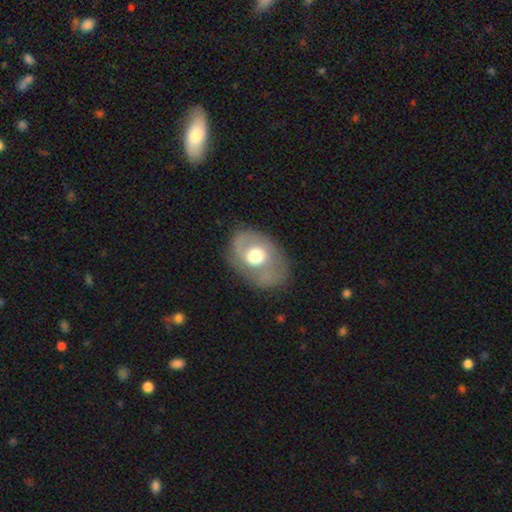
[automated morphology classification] Smooth or featured? Predicted: featured or disk (p=0.54). Edge-on disk? Predicted: no (p=0.94). Bar? Predicted: no (p=0.72). Spiral arms? Predicted: yes (p=0.54). Bulge size? Predicted: moderate (p=0.61). Merging? Predicted: none (p=0.70).